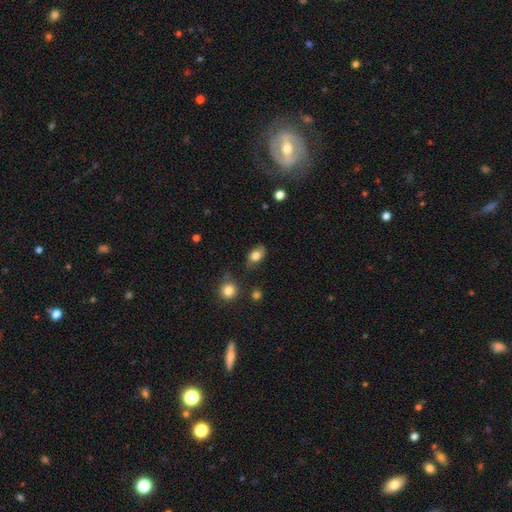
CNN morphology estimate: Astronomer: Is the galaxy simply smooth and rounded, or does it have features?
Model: smooth — 77%.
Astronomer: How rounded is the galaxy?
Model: in between — 86%.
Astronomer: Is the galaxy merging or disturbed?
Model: none — 72%.